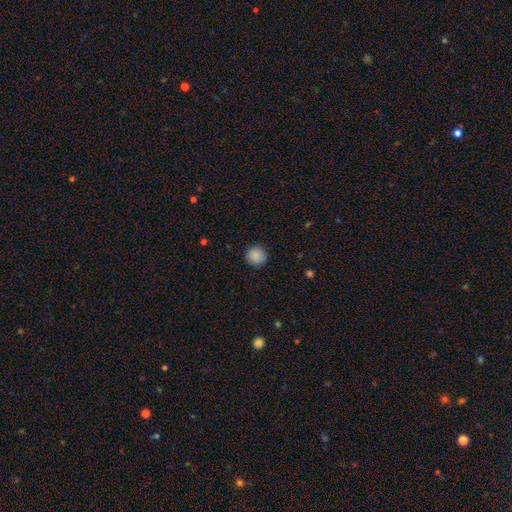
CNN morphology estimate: smooth 88%, star or artifact 8%, featured or disk 4%. Down the decision tree: how rounded — round (94%); merging — none (91%).